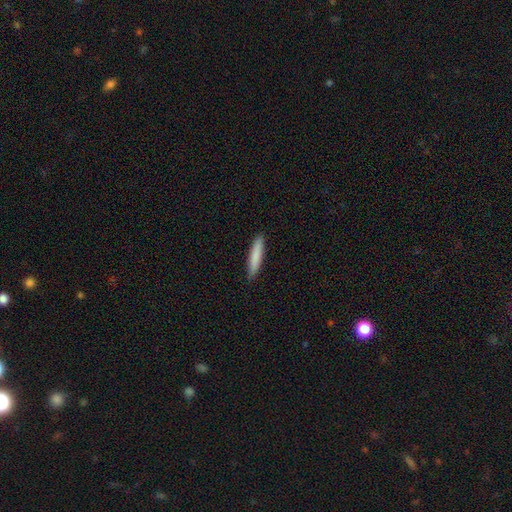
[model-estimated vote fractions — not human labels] Morphology: type=smooth (83%); roundness=cigar-shaped (90%); merging=none (89%).